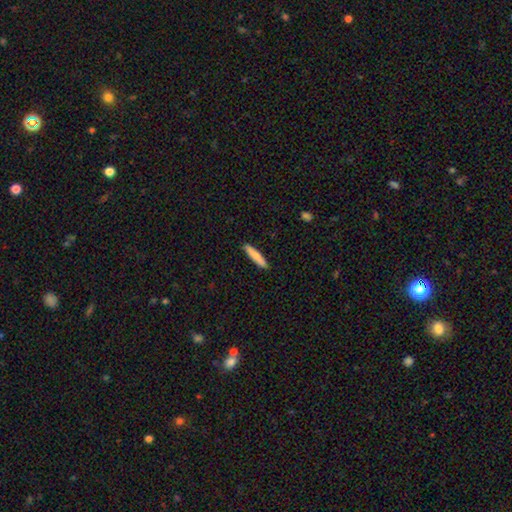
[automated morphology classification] type=smooth (79%); roundness=cigar-shaped (89%); merging=none (91%).